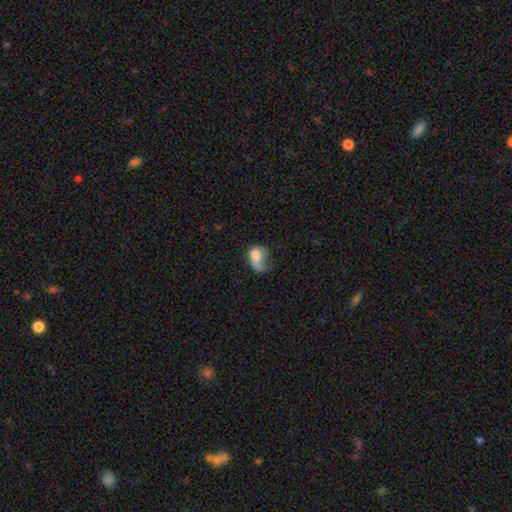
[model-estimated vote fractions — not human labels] smooth-or-featured: smooth: 60% | featured or disk: 32% | star or artifact: 9%
  how-rounded: in between: 62% | round: 37% | cigar-shaped: 1%
  merging: major disturbance: 55% | minor disturbance: 19% | none: 19% | merger: 7%